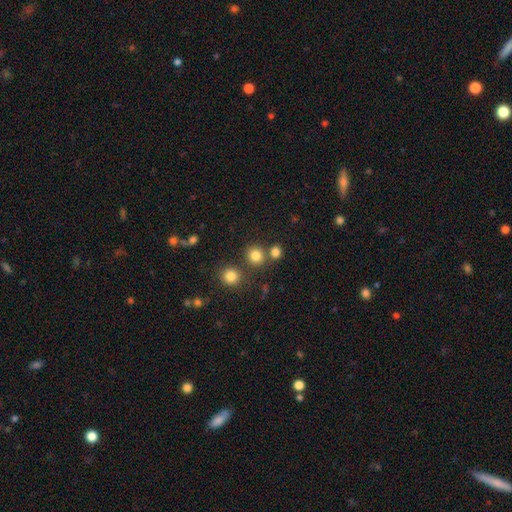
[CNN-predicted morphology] The model was most divided on "merging": none: 72%, merger: 17%, minor disturbance: 7%, major disturbance: 3%. More confident: how rounded — round (86%); smooth or featured — smooth (81%).